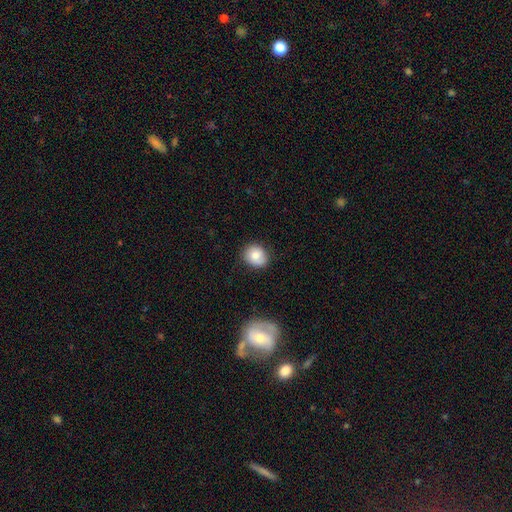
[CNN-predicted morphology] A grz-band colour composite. It shows a smooth galaxy with no disk features (78%) that is round (73%). Merging: none (79%).